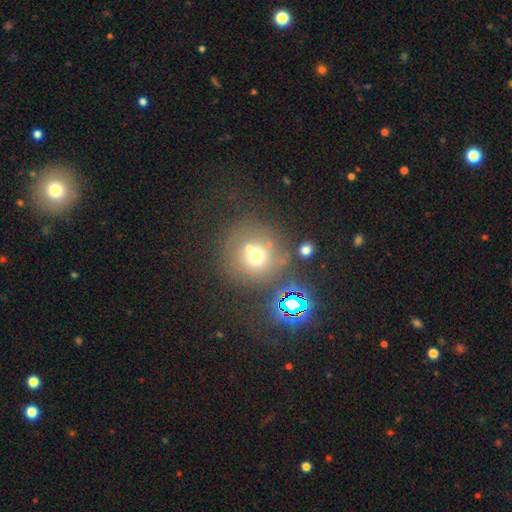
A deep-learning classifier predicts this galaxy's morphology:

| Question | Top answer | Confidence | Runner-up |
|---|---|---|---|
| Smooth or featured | smooth | 62% | star or artifact (23%) |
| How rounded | round | 91% | in between (8%) |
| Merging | none | 65% | merger (16%) |